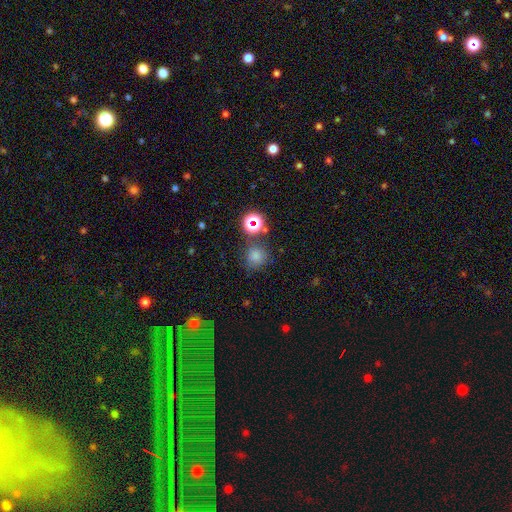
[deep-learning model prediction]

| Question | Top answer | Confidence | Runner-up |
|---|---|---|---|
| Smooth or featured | smooth | 72% | star or artifact (22%) |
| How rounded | round | 89% | in between (10%) |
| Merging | none | 73% | minor disturbance (13%) |